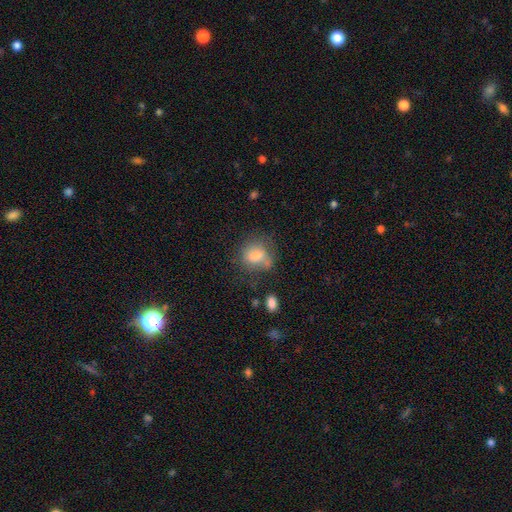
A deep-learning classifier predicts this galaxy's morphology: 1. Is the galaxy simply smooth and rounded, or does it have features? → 74% smooth, 15% featured or disk, 11% star or artifact.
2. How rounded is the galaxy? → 57% round, 41% in between, 1% cigar-shaped.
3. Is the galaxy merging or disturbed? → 55% none, 23% minor disturbance, 11% merger, 11% major disturbance.